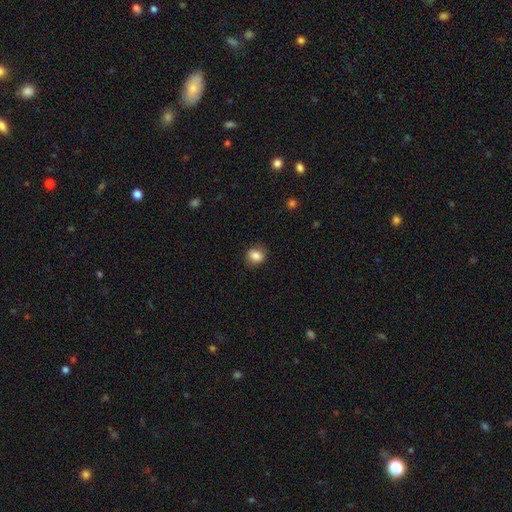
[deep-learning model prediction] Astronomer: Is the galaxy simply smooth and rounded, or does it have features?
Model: smooth — 85%.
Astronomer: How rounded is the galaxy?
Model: round — 66%.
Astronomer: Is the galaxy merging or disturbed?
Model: none — 85%.